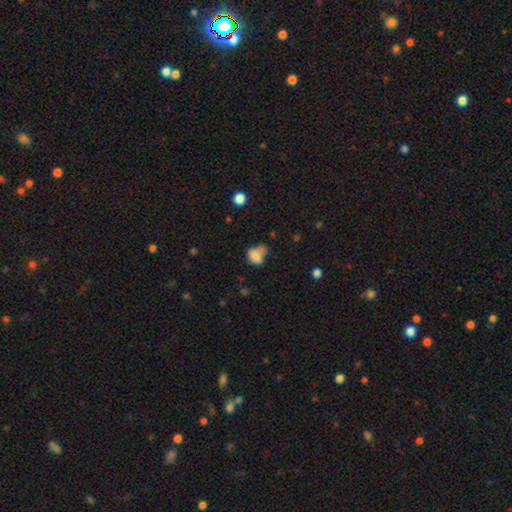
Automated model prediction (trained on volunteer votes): Smooth or featured? smooth (74%)
How rounded? in between (69%)
Merging? minor disturbance (30%)